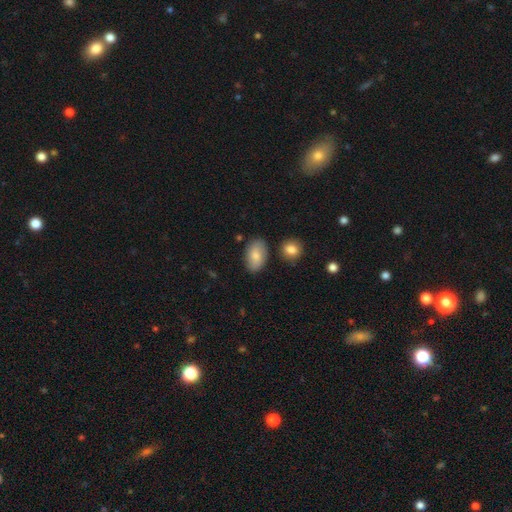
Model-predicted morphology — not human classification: Smooth or featured? smooth (79%)
How rounded? in between (93%)
Merging? none (80%)